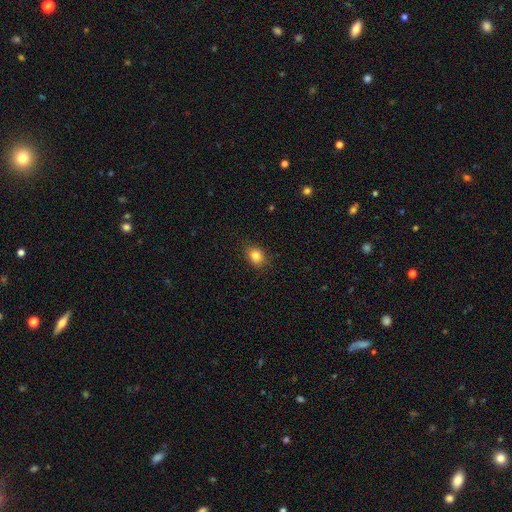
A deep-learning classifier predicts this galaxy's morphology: The model was most divided on "how rounded": in between: 52%, round: 46%, cigar-shaped: 1%. More confident: merging — none (83%); smooth or featured — smooth (83%).